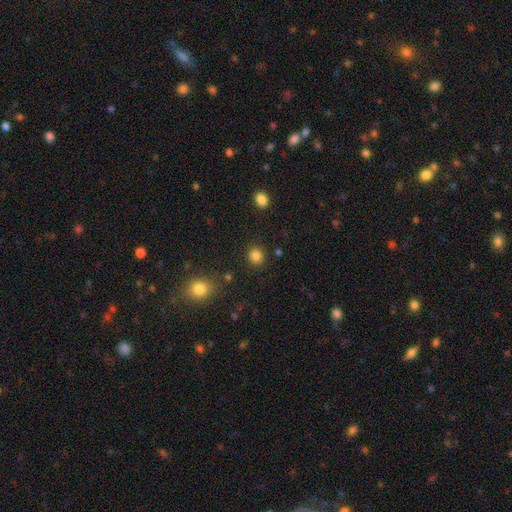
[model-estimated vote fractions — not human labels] Overall: smooth (84%). How rounded: round (81%). Merging: none (88%).